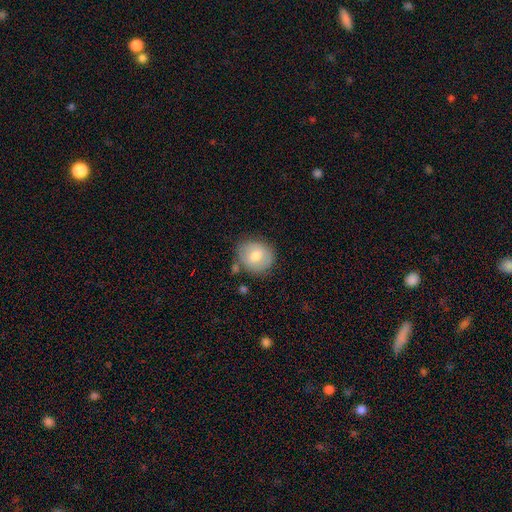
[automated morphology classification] smooth_or_featured: smooth (p=0.70) [alt: featured or disk p=0.22]
how_rounded: round (p=0.82) [alt: in between p=0.17]
merging: none (p=0.76) [alt: minor disturbance p=0.15]